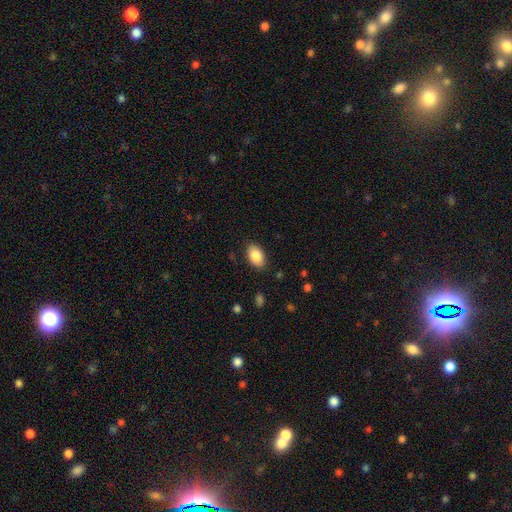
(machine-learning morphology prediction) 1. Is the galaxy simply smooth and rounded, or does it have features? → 87% smooth, 7% star or artifact, 6% featured or disk.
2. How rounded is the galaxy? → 91% in between, 8% round, 1% cigar-shaped.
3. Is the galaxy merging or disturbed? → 86% none, 11% minor disturbance, 3% major disturbance, 1% merger.